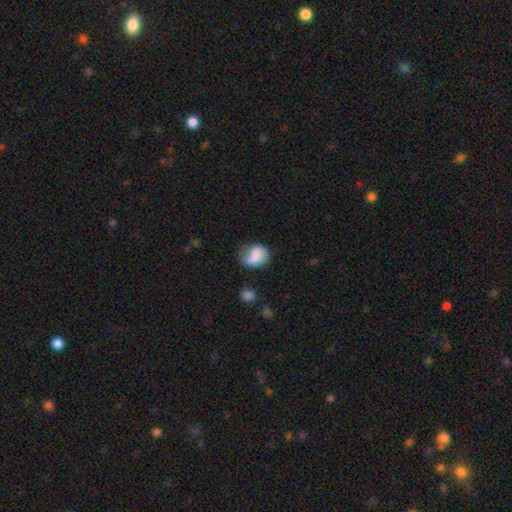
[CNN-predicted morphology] A smooth galaxy with no disk features (73%) that is round (55%). Merging: none (46%).